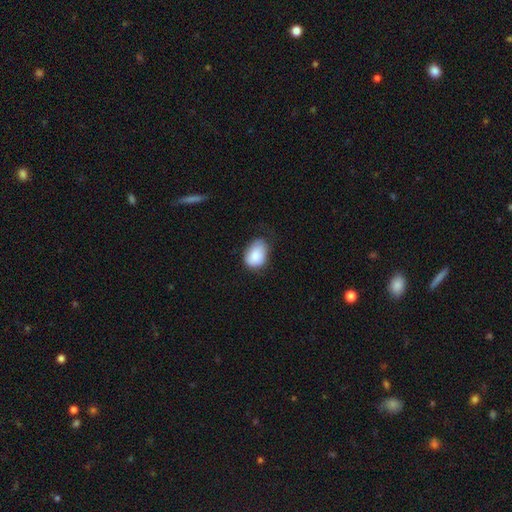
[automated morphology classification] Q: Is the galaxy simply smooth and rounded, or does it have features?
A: smooth — 86%.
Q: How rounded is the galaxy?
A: in between — 74%.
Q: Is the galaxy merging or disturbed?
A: none — 53%.